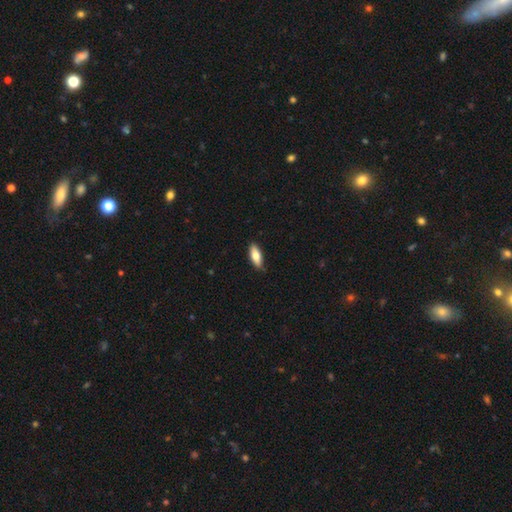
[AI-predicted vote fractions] Morphology: type=smooth (75%); roundness=in between (72%); merging=none (86%).